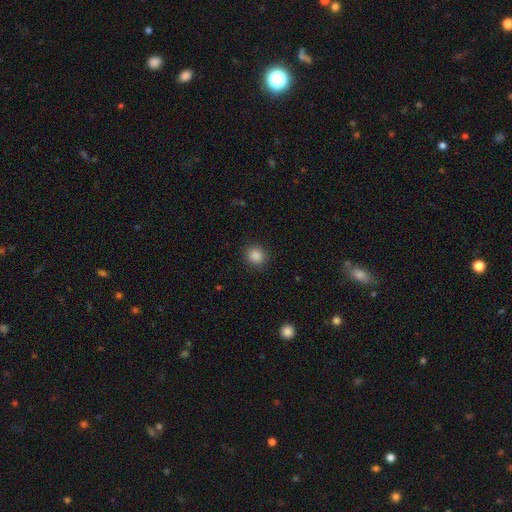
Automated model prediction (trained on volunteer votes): Overall: smooth (87%). How rounded: round (81%). Merging: none (90%).